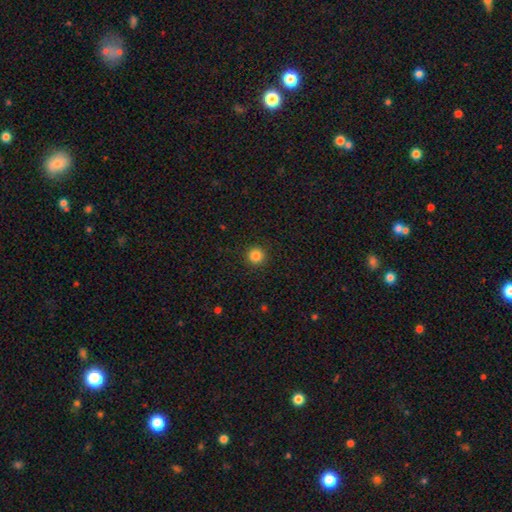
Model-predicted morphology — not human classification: A smooth galaxy with no disk features (85%) that is round (96%).

Vote fractions:
- Smooth or featured? smooth: 85% / star or artifact: 11% / featured or disk: 4%
- How rounded? round: 96% / in between: 3% / cigar-shaped: 1%
- Merging? none: 93% / minor disturbance: 4% / major disturbance: 2% / merger: 1%